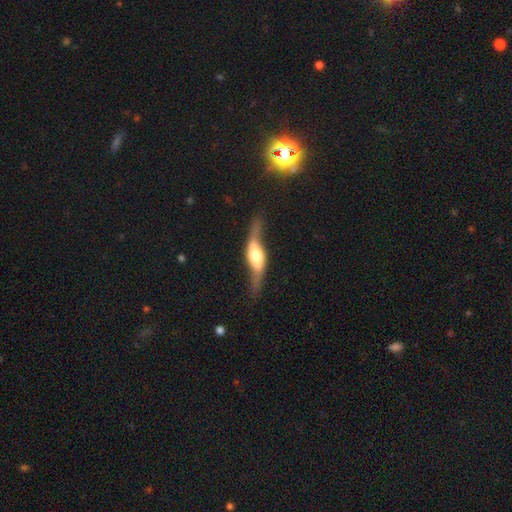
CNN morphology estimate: The model was most divided on "edge-on disk": yes: 65%, no: 35%. More confident: edge-on bulge — rounded (84%); smooth or featured — featured or disk (78%); merging — none (64%).